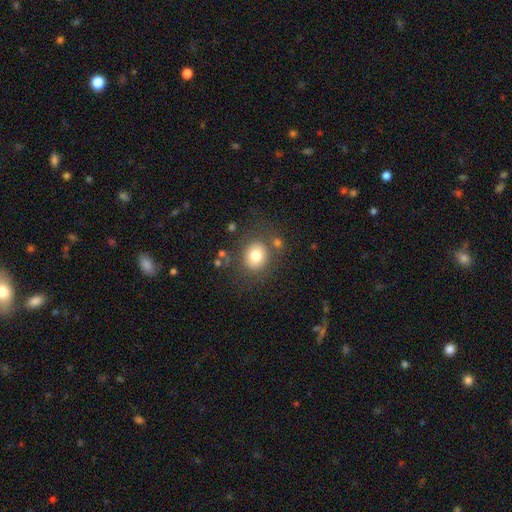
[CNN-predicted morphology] Smooth or featured: smooth — 77% (featured or disk — 12%)
How rounded: round — 74% (in between — 25%)
Merging: none — 76% (minor disturbance — 12%)